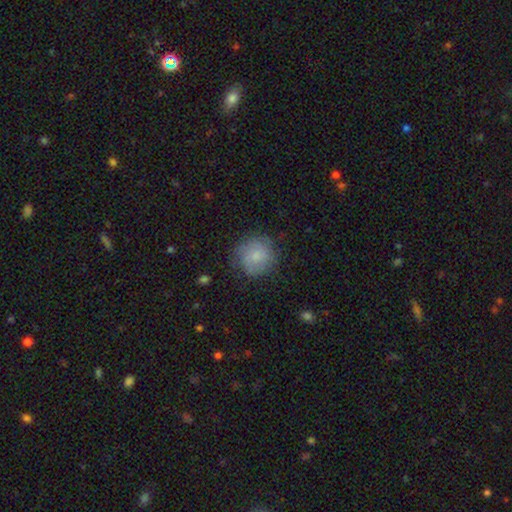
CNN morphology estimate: Smooth or featured: smooth — 74% (featured or disk — 18%)
How rounded: round — 90% (in between — 9%)
Merging: none — 74% (minor disturbance — 19%)